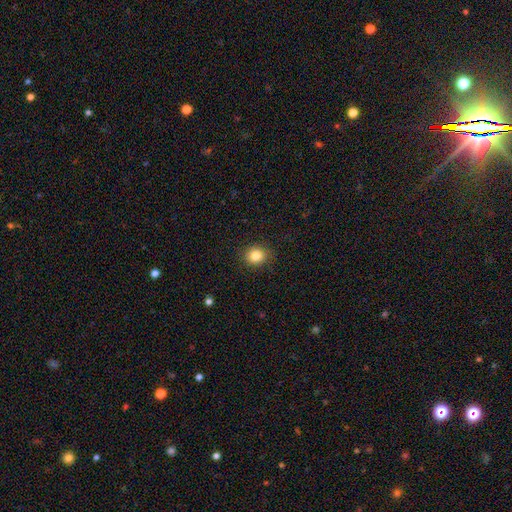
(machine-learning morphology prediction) Overall: smooth (83%). How rounded: round (78%). Merging: none (89%).